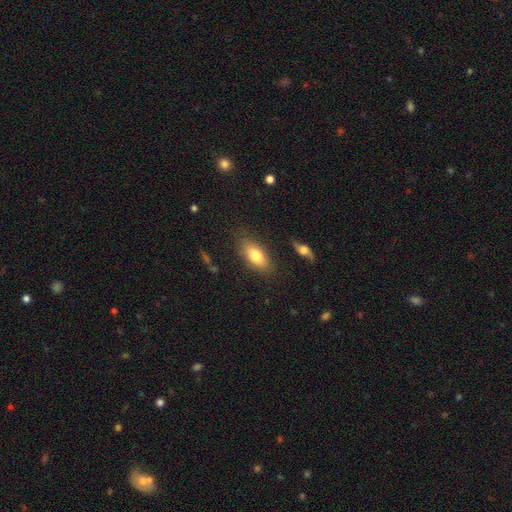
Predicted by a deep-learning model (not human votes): Smooth or featured? Predicted: smooth (p=0.76). How rounded? Predicted: in between (p=0.85). Merging? Predicted: none (p=0.81).